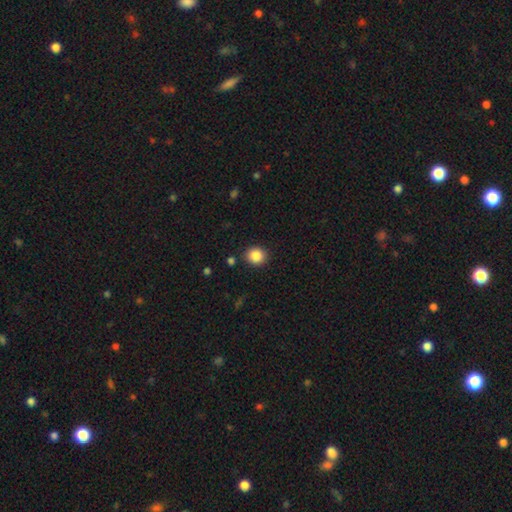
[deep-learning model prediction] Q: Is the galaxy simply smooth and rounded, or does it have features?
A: smooth — 87%.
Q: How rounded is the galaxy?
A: round — 82%.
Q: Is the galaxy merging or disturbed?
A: none — 88%.